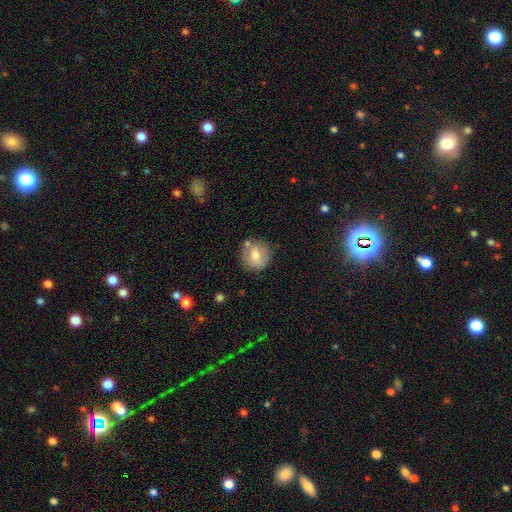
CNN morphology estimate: smooth_or_featured: smooth (p=0.73) [alt: featured or disk p=0.18]
how_rounded: round (p=0.89) [alt: in between p=0.10]
merging: none (p=0.75) [alt: minor disturbance p=0.13]